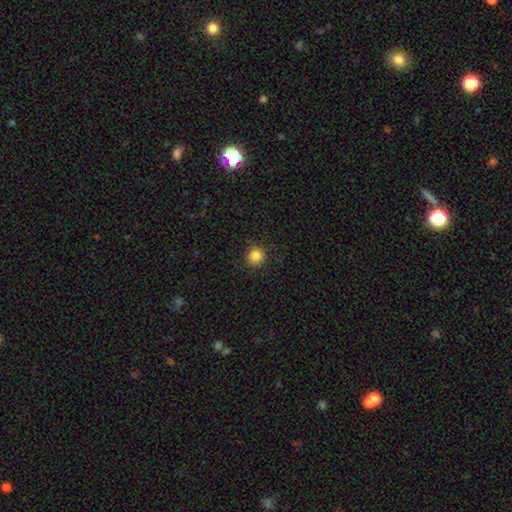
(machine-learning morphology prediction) smooth_or_featured: smooth (p=0.85) [alt: star or artifact p=0.11]
how_rounded: round (p=0.91) [alt: in between p=0.09]
merging: none (p=0.90) [alt: minor disturbance p=0.07]